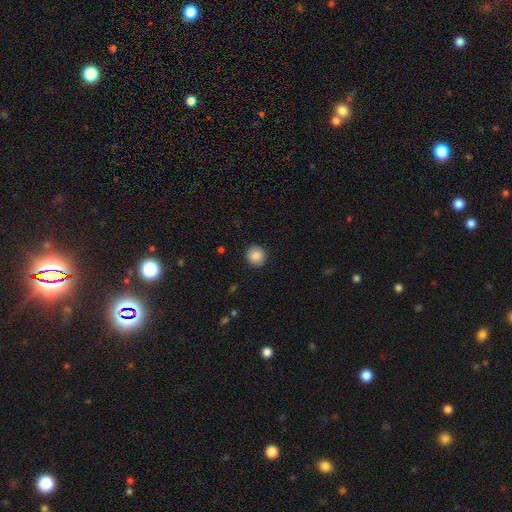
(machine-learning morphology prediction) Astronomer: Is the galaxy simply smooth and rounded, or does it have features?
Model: smooth — 87%.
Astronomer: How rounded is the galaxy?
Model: round — 91%.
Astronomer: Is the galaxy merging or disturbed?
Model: none — 92%.